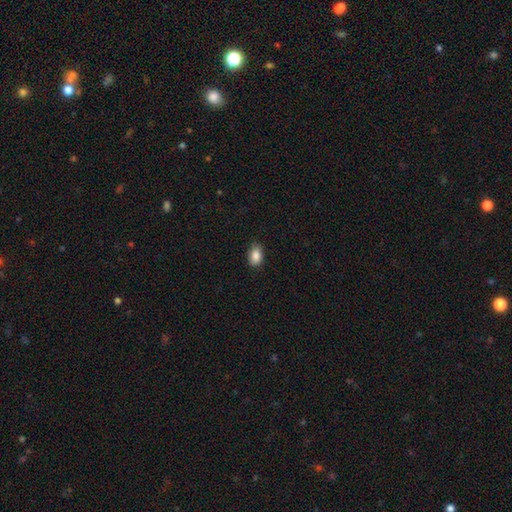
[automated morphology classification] This appears to be a smooth galaxy with no disk features (87%) that is in between round and cigar-shaped (83%). Merging: none (83%).